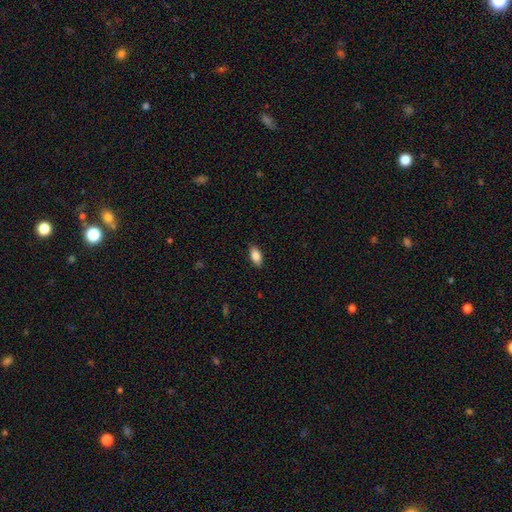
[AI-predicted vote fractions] Morphology: type=smooth (84%); roundness=in between (90%); merging=none (88%).